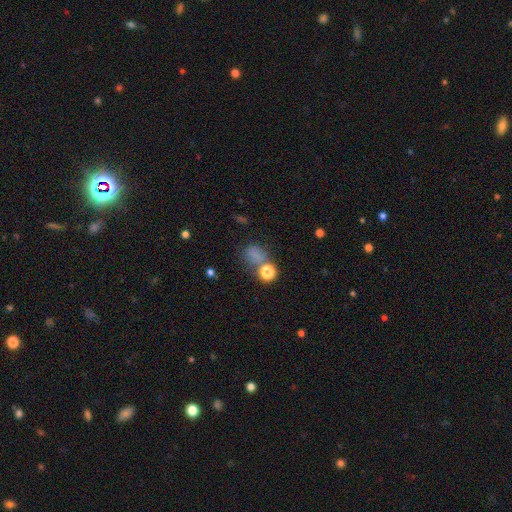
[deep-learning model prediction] smooth_or_featured: smooth (p=0.67) [alt: star or artifact p=0.24]
how_rounded: round (p=0.56) [alt: in between p=0.42]
merging: none (p=0.49) [alt: minor disturbance p=0.18]